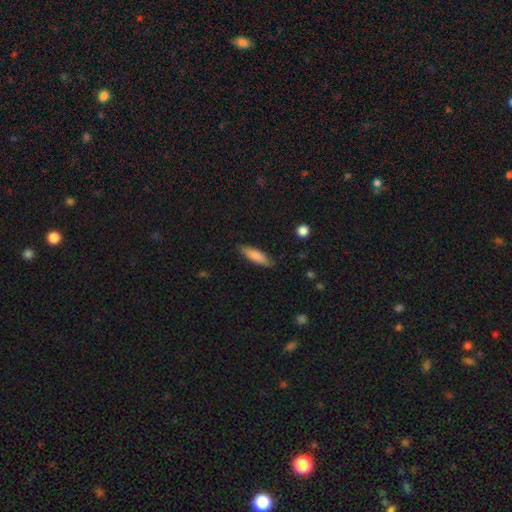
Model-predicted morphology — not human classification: smooth_or_featured: smooth (p=0.82) [alt: featured or disk p=0.12]
how_rounded: cigar-shaped (p=0.57) [alt: in between p=0.41]
merging: none (p=0.82) [alt: minor disturbance p=0.14]